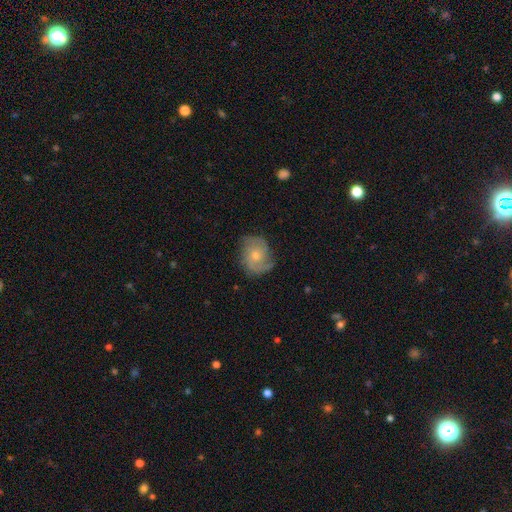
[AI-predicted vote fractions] Q: Smooth or featured?
A: featured or disk (75%); runner-up: smooth (18%)
Q: Edge-on disk?
A: no (98%); runner-up: yes (2%)
Q: Bar?
A: no (73%); runner-up: weak (23%)
Q: Spiral arms?
A: yes (94%); runner-up: no (6%)
Q: Spiral winding?
A: medium (47%); runner-up: tight (33%)
Q: Spiral arm count?
A: 2 (67%); runner-up: 3 (12%)
Q: Bulge size?
A: small (51%); runner-up: moderate (43%)
Q: Merging?
A: none (72%); runner-up: minor disturbance (20%)